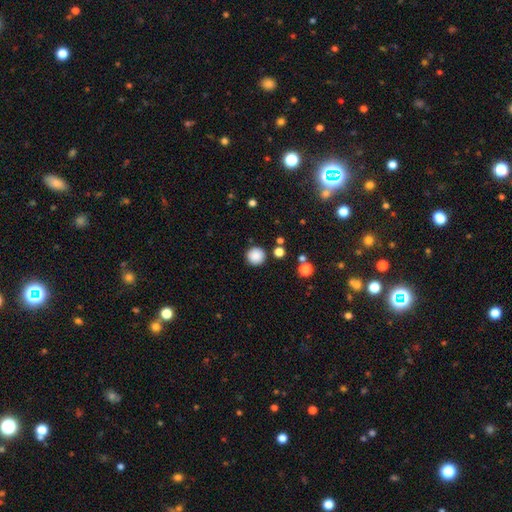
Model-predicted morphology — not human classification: smooth-or-featured: smooth: 87% | star or artifact: 10% | featured or disk: 3%
  how-rounded: round: 95% | in between: 4% | cigar-shaped: 1%
  merging: none: 89% | minor disturbance: 7% | merger: 3% | major disturbance: 2%